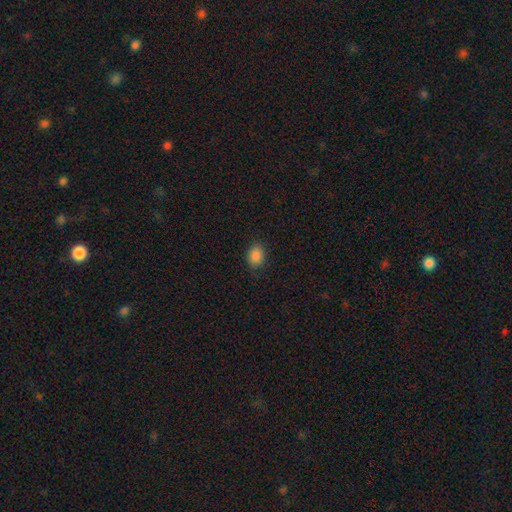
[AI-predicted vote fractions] smooth-or-featured: smooth: 86% | star or artifact: 9% | featured or disk: 4%
  how-rounded: in between: 59% | round: 40% | cigar-shaped: 1%
  merging: none: 84% | minor disturbance: 12% | major disturbance: 3% | merger: 1%